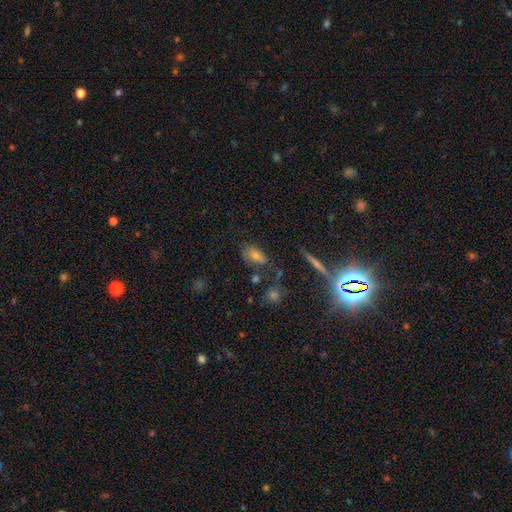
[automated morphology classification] smooth 51%, featured or disk 25%, star or artifact 23%. Down the decision tree: how rounded — in between (83%); merging — none (66%).